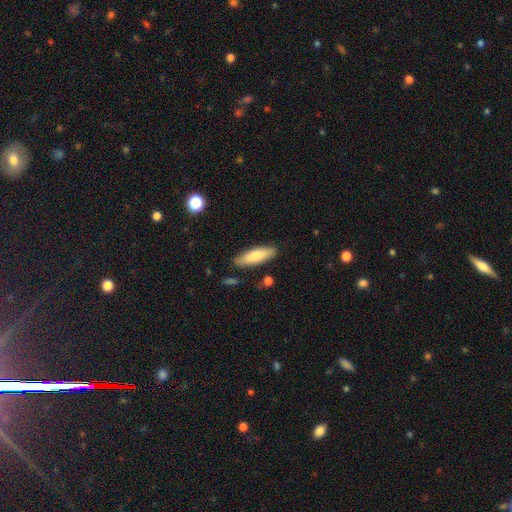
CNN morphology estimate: smooth-or-featured: smooth: 80% | featured or disk: 14% | star or artifact: 5%
  how-rounded: cigar-shaped: 51% | in between: 47% | round: 2%
  merging: none: 83% | minor disturbance: 12% | merger: 3% | major disturbance: 2%